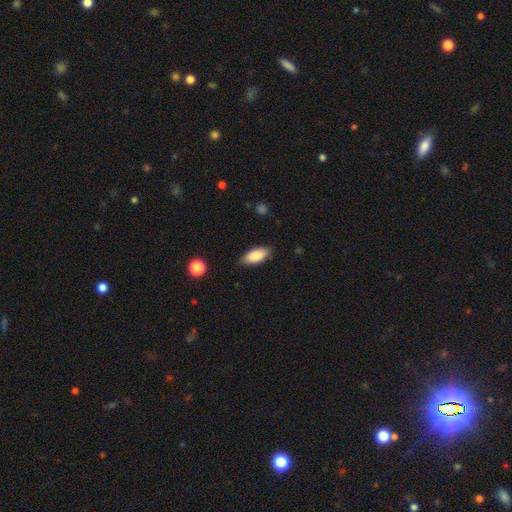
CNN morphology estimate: The model was most divided on "merging": none: 83%, minor disturbance: 13%, major disturbance: 3%, merger: 1%. More confident: how rounded — in between (88%); smooth or featured — smooth (87%).